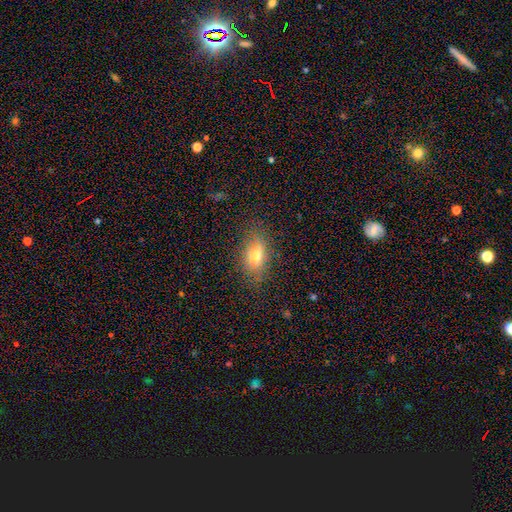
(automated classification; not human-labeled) A smooth galaxy with no disk features (65%) that is in between round and cigar-shaped (80%).

Vote fractions:
- Smooth or featured? smooth: 65% / featured or disk: 23% / star or artifact: 12%
- How rounded? in between: 80% / round: 12% / cigar-shaped: 8%
- Merging? none: 80% / minor disturbance: 14% / major disturbance: 5% / merger: 1%